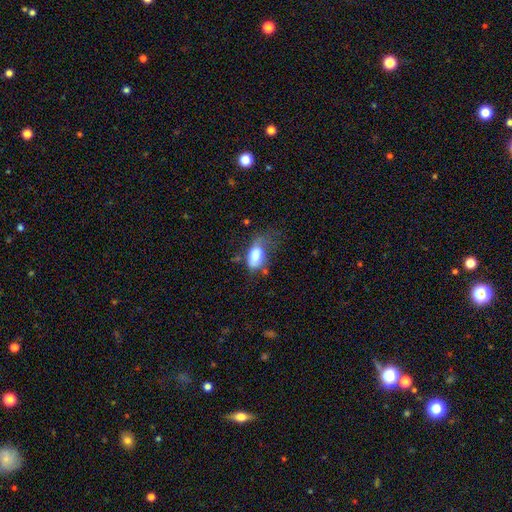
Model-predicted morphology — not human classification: smooth-or-featured: smooth: 73% | featured or disk: 19% | star or artifact: 8%
  how-rounded: in between: 88% | round: 9% | cigar-shaped: 2%
  merging: minor disturbance: 33% | major disturbance: 31% | none: 30% | merger: 6%